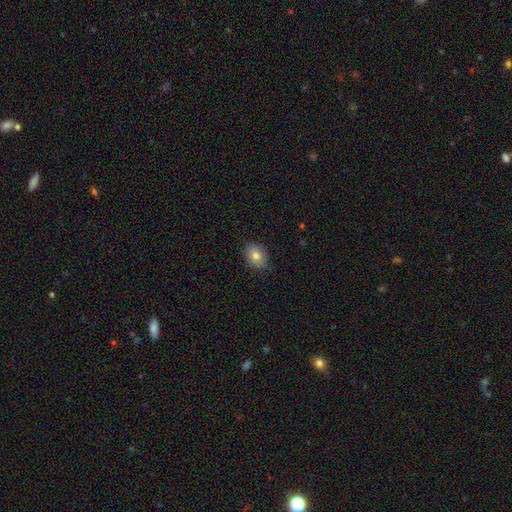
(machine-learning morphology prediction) A smooth galaxy with no disk features (81%) that is in between round and cigar-shaped (70%). Merging: none (86%).